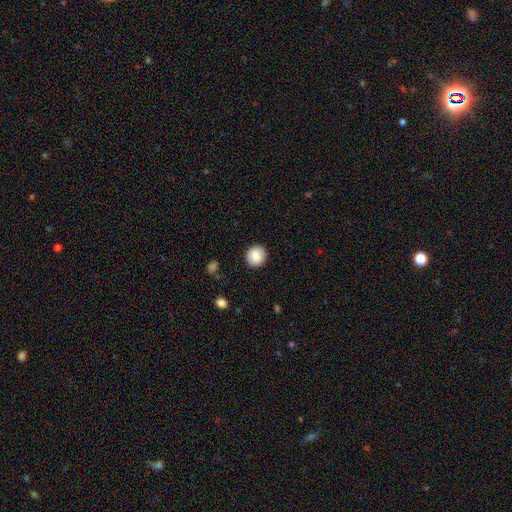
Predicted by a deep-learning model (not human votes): This appears to be a smooth galaxy with no disk features (85%) that is round (91%). Merging: none (91%).